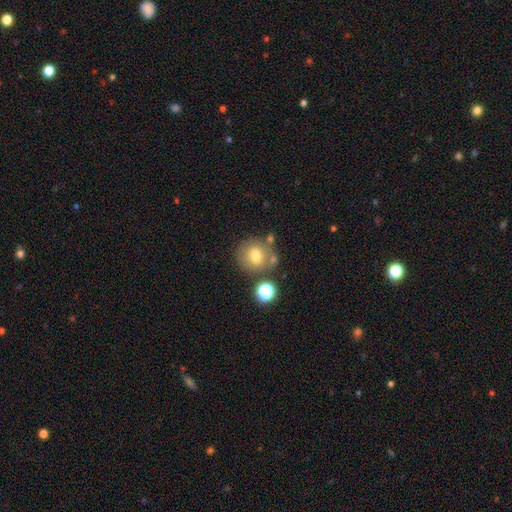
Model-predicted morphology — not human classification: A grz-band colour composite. It shows a smooth galaxy with no disk features (71%) that is round (84%). Merging: none (66%).